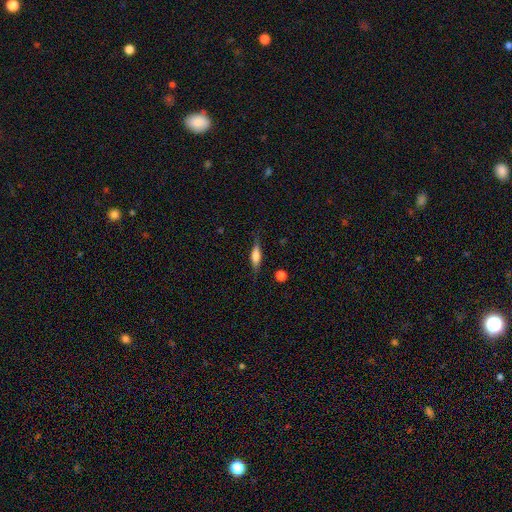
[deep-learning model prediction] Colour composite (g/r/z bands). It shows a smooth galaxy with no disk features (51%) that is cigar-shaped (63%). Merging: none (80%).